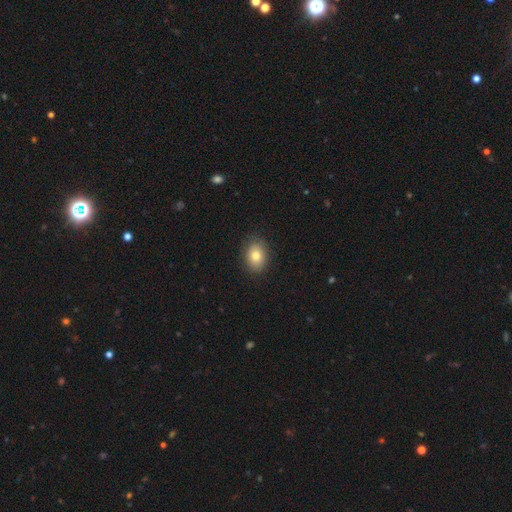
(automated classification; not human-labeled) Q: Smooth or featured?
A: smooth (79%); runner-up: featured or disk (12%)
Q: How rounded?
A: in between (67%); runner-up: round (32%)
Q: Merging?
A: none (85%); runner-up: minor disturbance (11%)